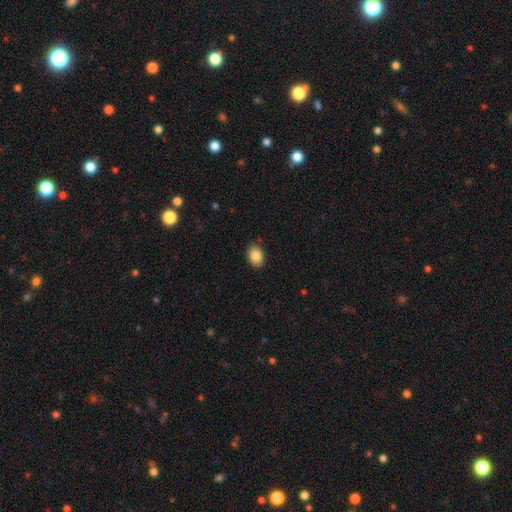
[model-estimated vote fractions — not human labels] Q: Smooth or featured?
A: smooth (87%); runner-up: star or artifact (8%)
Q: How rounded?
A: in between (78%); runner-up: round (21%)
Q: Merging?
A: none (87%); runner-up: minor disturbance (9%)